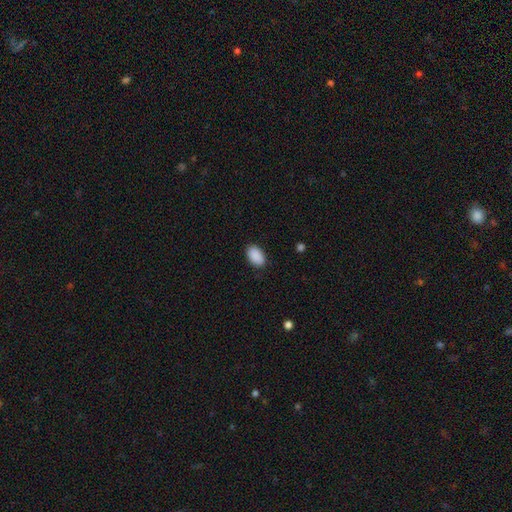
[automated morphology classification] smooth 91%, star or artifact 7%, featured or disk 2%. Down the decision tree: how rounded — in between (91%); merging — none (88%).